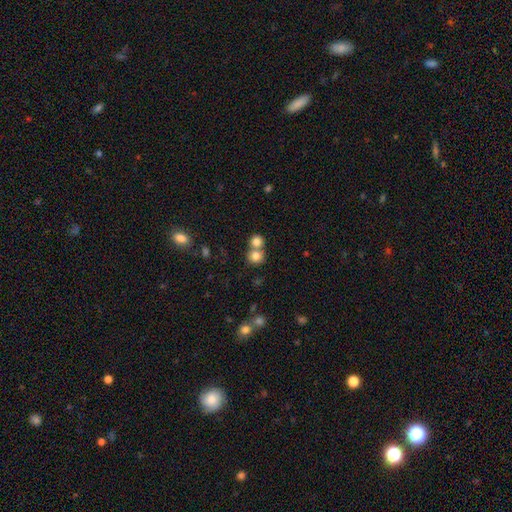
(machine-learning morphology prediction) This is clearly a smooth galaxy (80%). How rounded: clearly round (88%). Merging: possibly none (51%).